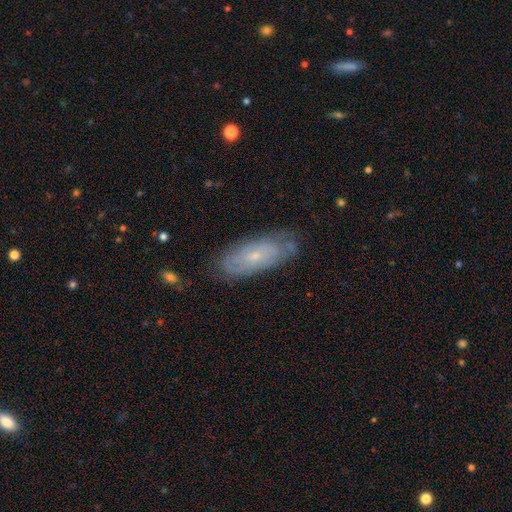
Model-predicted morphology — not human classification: Smooth or featured?
  - featured or disk: 54% *
  - smooth: 39%
  - star or artifact: 8%
Edge-on disk?
  - no: 84% *
  - yes: 16%
Merging?
  - none: 71% *
  - minor disturbance: 22%
  - major disturbance: 6%
  - merger: 2%